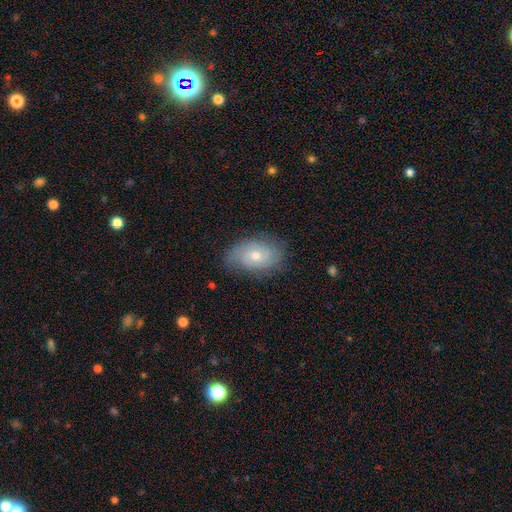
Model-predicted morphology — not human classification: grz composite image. It shows a featured or disk galaxy (46%, tied with smooth). Merging: none (74%).